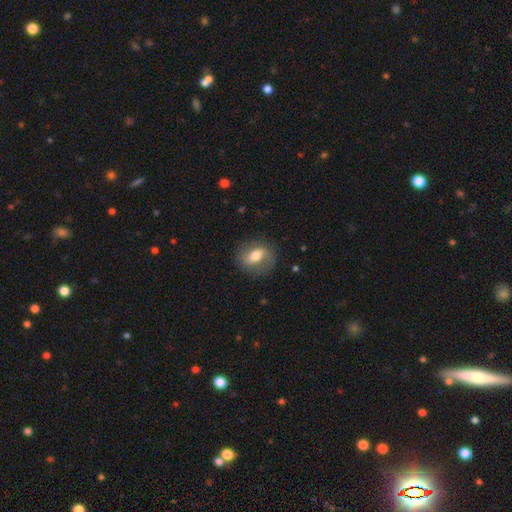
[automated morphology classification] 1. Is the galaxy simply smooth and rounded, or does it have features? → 46% featured or disk (tied), 46% smooth (tied), 8% star or artifact.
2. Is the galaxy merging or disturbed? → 78% none, 14% minor disturbance, 6% major disturbance, 1% merger.